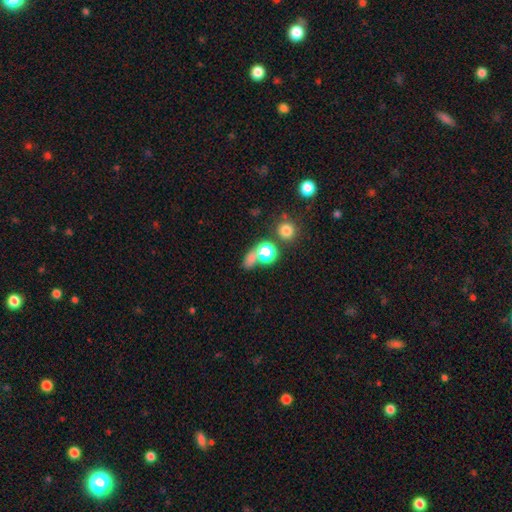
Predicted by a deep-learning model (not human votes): A smooth galaxy with no disk features (63%) that is round (62%). Merging: none (46%).